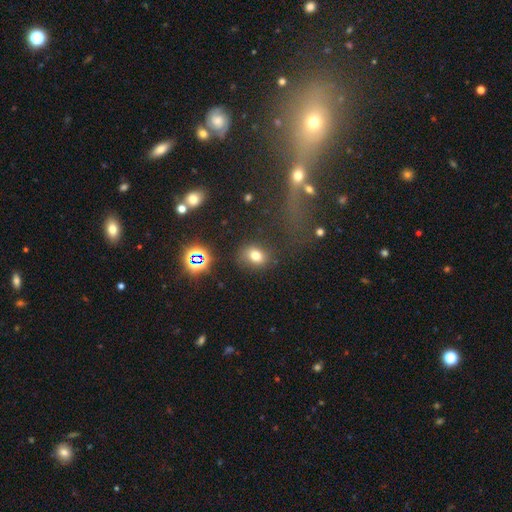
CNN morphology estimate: Smooth or featured: smooth — 74% (star or artifact — 18%)
How rounded: in between — 52% (round — 46%)
Merging: none — 75% (minor disturbance — 14%)